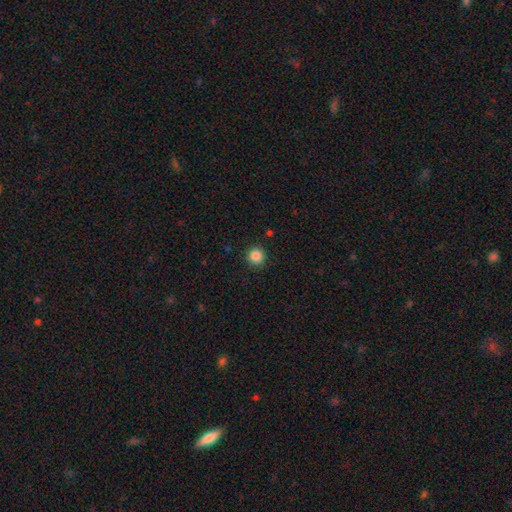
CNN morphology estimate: type=smooth (86%); roundness=round (94%); merging=none (91%).